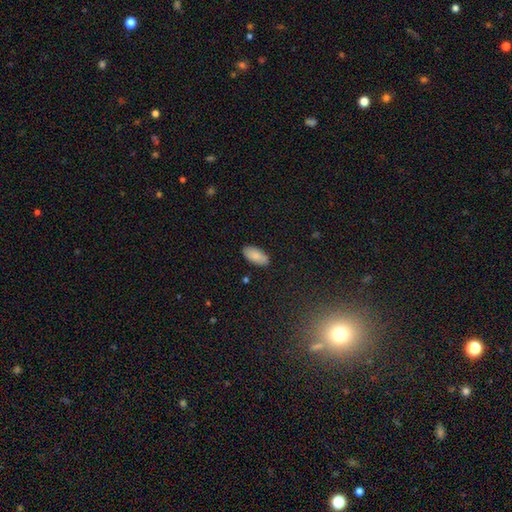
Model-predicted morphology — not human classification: Q: Smooth or featured?
A: smooth (86%); runner-up: featured or disk (8%)
Q: How rounded?
A: in between (93%); runner-up: cigar-shaped (5%)
Q: Merging?
A: none (88%); runner-up: minor disturbance (9%)